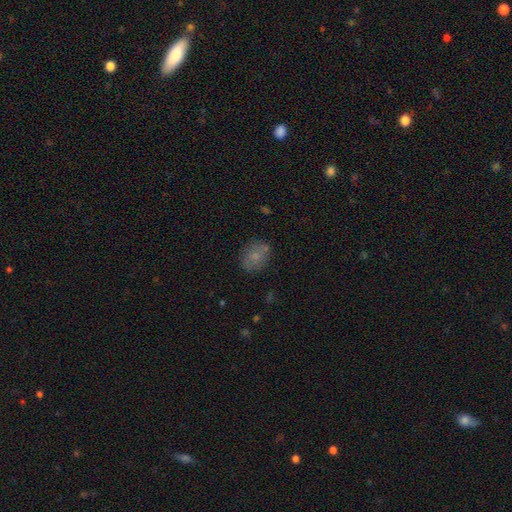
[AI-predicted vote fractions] Smooth or featured: smooth — 73% (featured or disk — 16%)
How rounded: in between — 53% (round — 46%)
Merging: none — 74% (minor disturbance — 16%)